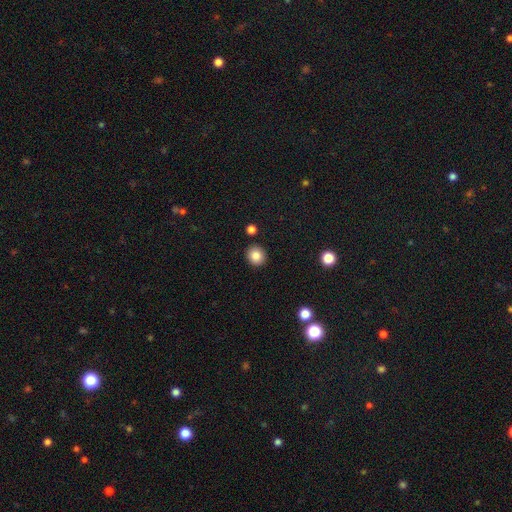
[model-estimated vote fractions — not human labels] This is clearly a smooth galaxy (86%). How rounded: clearly round (84%). Merging: clearly none (89%).